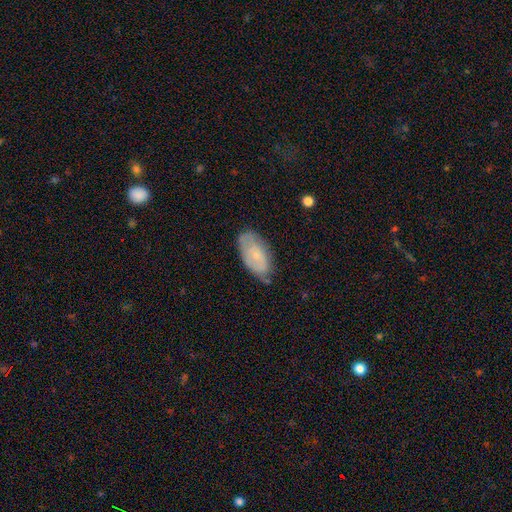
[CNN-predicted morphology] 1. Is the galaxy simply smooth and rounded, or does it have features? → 53% smooth, 40% featured or disk, 7% star or artifact.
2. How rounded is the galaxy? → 93% in between, 3% round, 3% cigar-shaped.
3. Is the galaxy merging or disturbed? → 63% none, 29% minor disturbance, 6% major disturbance, 2% merger.